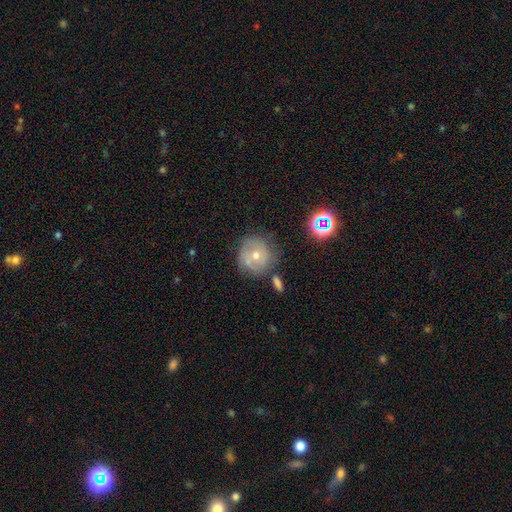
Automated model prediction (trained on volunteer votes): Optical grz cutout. It shows a featured or disk galaxy (47%). Merging: none (69%).